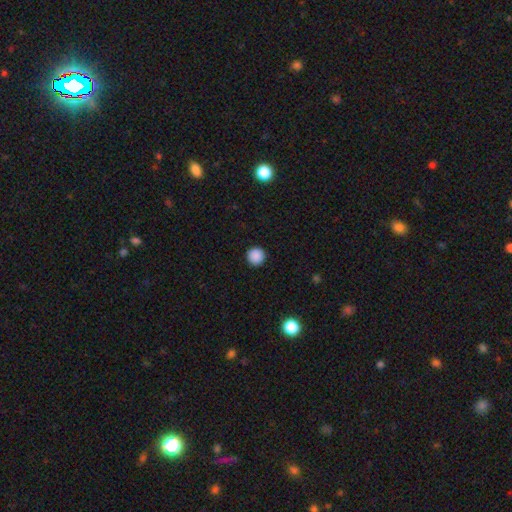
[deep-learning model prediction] Overall: smooth (88%). How rounded: round (96%). Merging: none (93%).